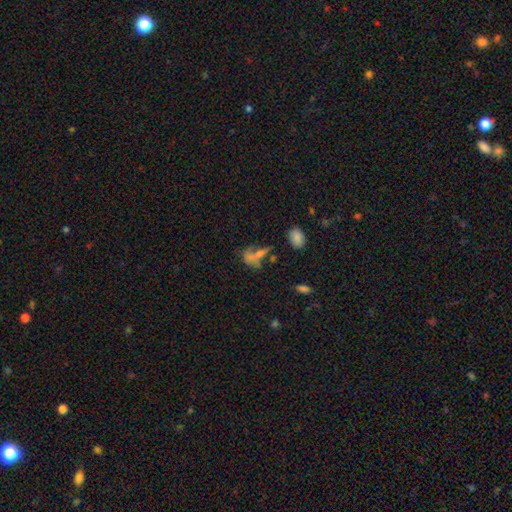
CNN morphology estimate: This appears to be a smooth galaxy with no disk features (60%) that is in between round and cigar-shaped (66%). Merging: none (33%).